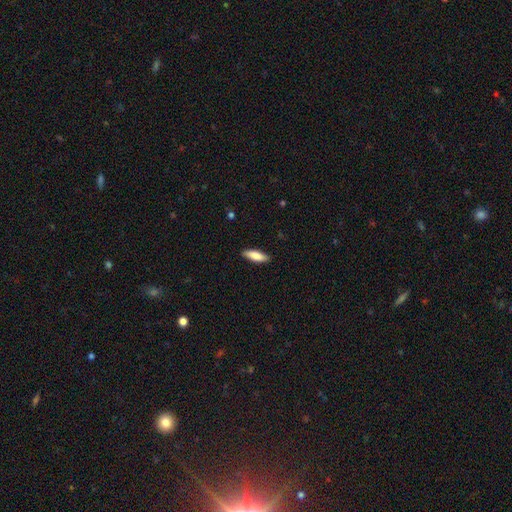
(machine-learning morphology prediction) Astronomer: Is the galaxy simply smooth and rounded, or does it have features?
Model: smooth — 82%.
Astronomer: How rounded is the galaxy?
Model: cigar-shaped — 49%, tied with in between at 49%.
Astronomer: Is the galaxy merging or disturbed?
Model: none — 88%.